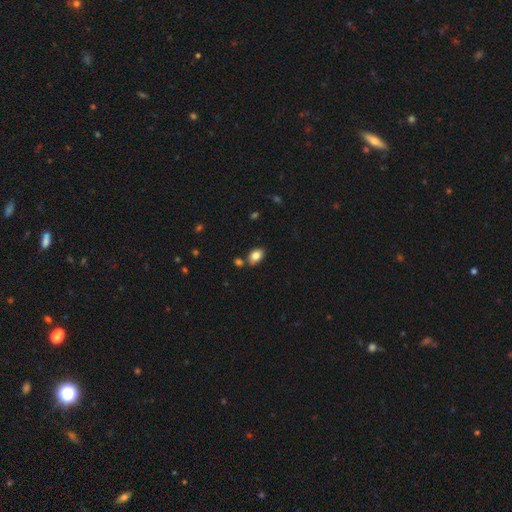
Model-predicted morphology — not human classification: Smooth or featured? Predicted: smooth (p=0.84). How rounded? Predicted: in between (p=0.87). Merging? Predicted: none (p=0.76).